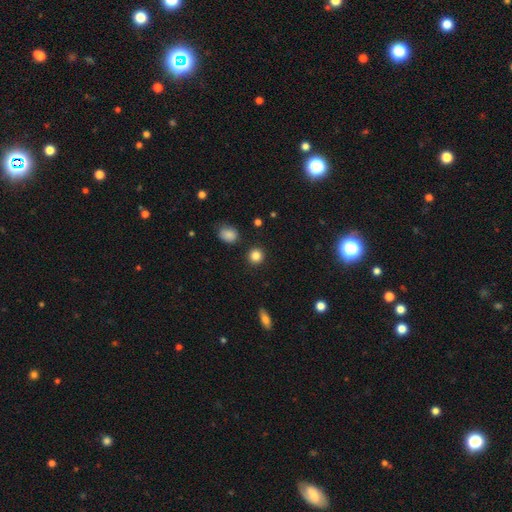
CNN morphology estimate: Smooth or featured? smooth (85%)
How rounded? round (91%)
Merging? none (90%)